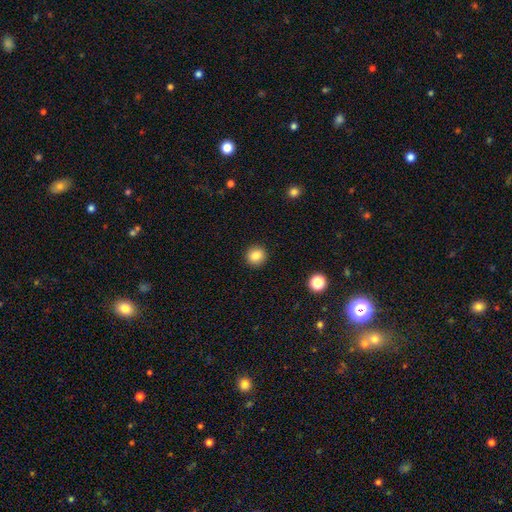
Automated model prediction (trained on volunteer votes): Smooth or featured? smooth (85%)
How rounded? round (91%)
Merging? none (92%)